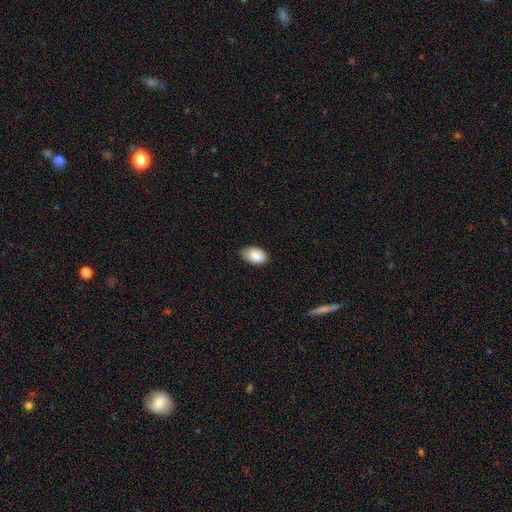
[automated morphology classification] Smooth or featured? Predicted: smooth (p=0.88). How rounded? Predicted: in between (p=0.92). Merging? Predicted: none (p=0.74).